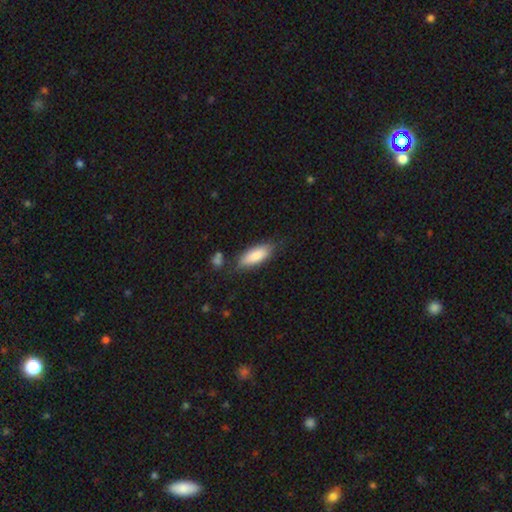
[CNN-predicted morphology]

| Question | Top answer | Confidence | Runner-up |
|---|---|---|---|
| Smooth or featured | smooth | 84% | featured or disk (11%) |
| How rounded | in between | 71% | cigar-shaped (27%) |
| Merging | none | 75% | minor disturbance (17%) |